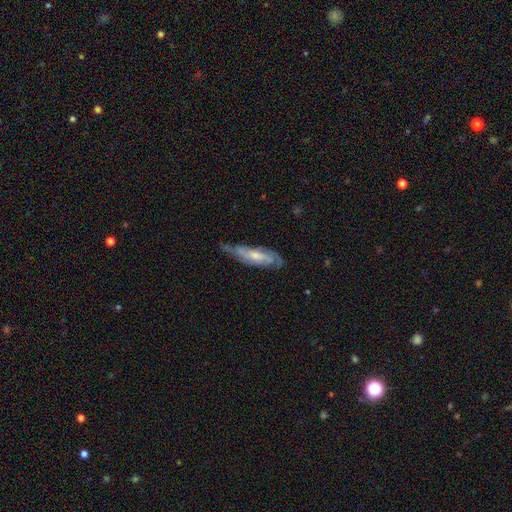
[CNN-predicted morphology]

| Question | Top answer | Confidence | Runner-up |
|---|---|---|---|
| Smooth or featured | featured or disk | 70% | smooth (24%) |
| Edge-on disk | no | 76% | yes (24%) |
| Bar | no | 57% | weak (34%) |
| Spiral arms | yes | 89% | no (11%) |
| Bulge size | small | 48% | moderate (43%) |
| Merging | none | 61% | minor disturbance (28%) |